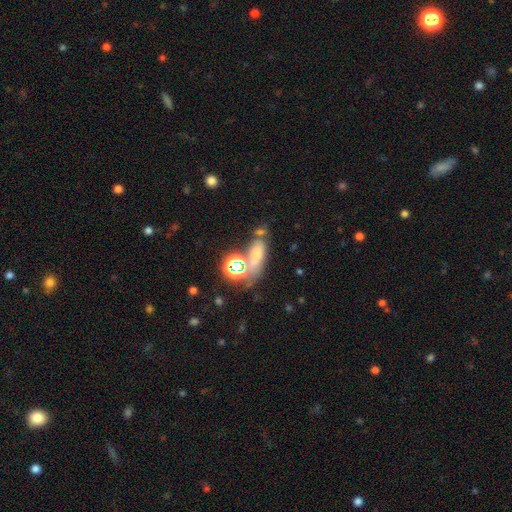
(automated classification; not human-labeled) smooth_or_featured: smooth (p=0.58) [alt: star or artifact p=0.26]
how_rounded: in between (p=0.62) [alt: round p=0.21]
merging: none (p=0.44) [alt: merger p=0.31]